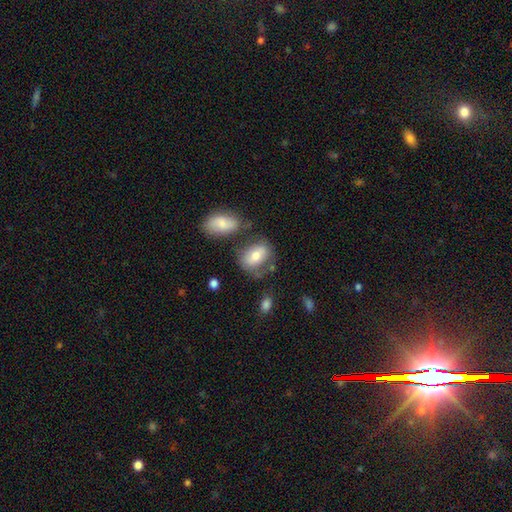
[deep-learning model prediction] The model was most divided on "merging": none: 56%, minor disturbance: 22%, merger: 13%, major disturbance: 10%. More confident: how rounded — in between (76%); smooth or featured — smooth (70%).